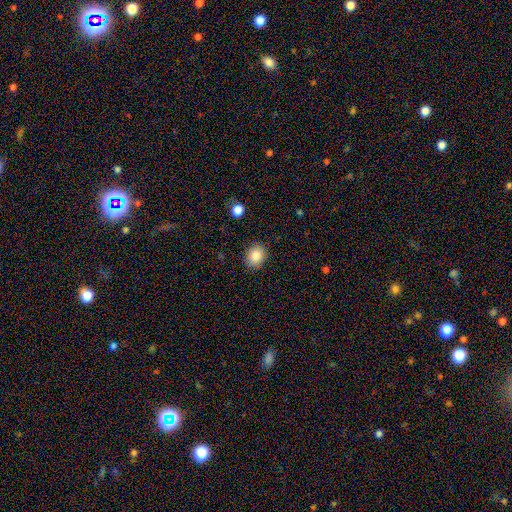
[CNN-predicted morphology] type=smooth (87%); roundness=round (57%); merging=none (87%).